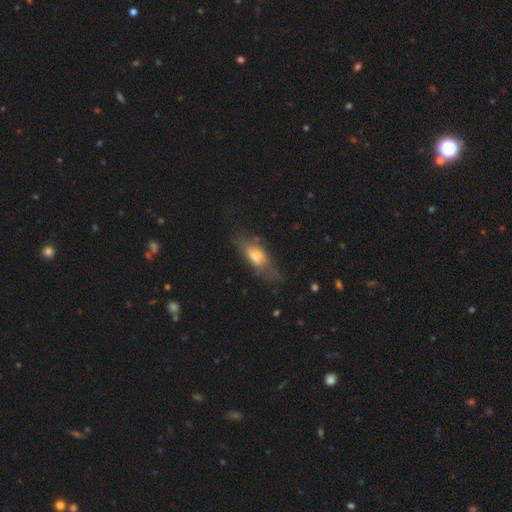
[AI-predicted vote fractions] Smooth or featured?
  - smooth: 56% *
  - featured or disk: 35%
  - star or artifact: 9%
How rounded?
  - in between: 69% *
  - cigar-shaped: 28%
  - round: 4%
Merging?
  - none: 52% *
  - minor disturbance: 28%
  - major disturbance: 17%
  - merger: 3%